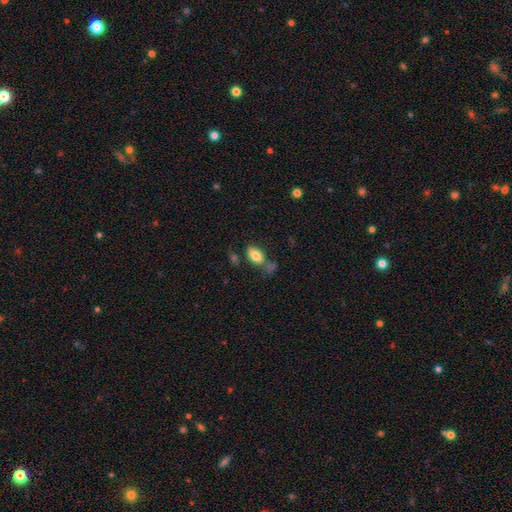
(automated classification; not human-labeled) Overall: smooth (82%). How rounded: in between (92%). Merging: none (58%; minor disturbance 18%).